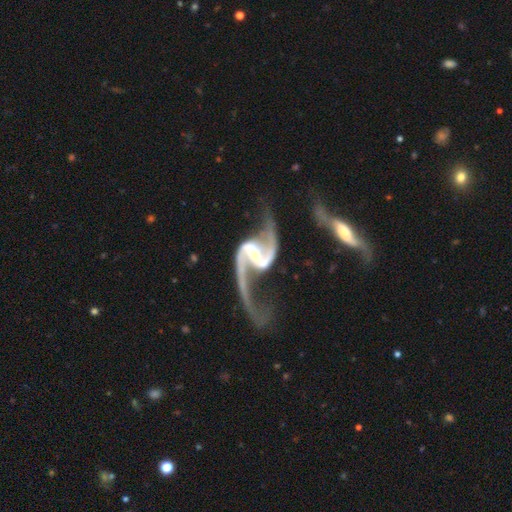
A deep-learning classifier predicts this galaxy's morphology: smooth-or-featured: featured or disk: 94% | star or artifact: 4% | smooth: 2%
  disk-edge-on: no: 98% | yes: 2%
    bar: strong: 53% | weak: 33% | no: 14%
    has-spiral-arms: yes: 98% | no: 2%
      spiral-winding: loose: 77% | medium: 18% | tight: 4%
      spiral-arm-count: 2: 94% | 1: 2% | can't tell: 1% | 3: 1% | 4: 1% | more than 4: 1%
    bulge-size: small: 61% | moderate: 24% | none: 11% | large: 3% | dominant: 1%
  merging: none: 55% | major disturbance: 22% | minor disturbance: 15% | merger: 9%